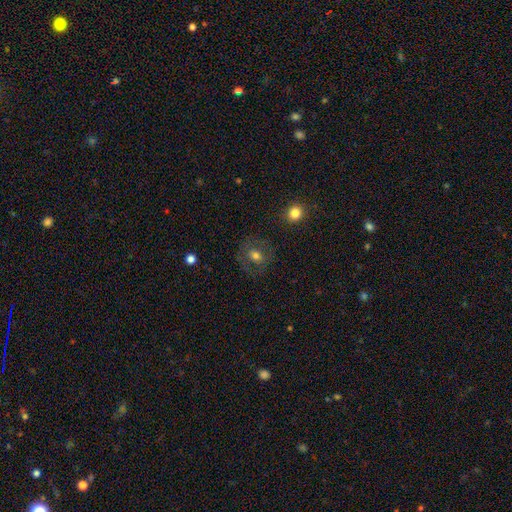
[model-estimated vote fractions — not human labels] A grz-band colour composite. It shows a smooth galaxy with no disk features (61%) that is round (71%). Merging: none (77%).